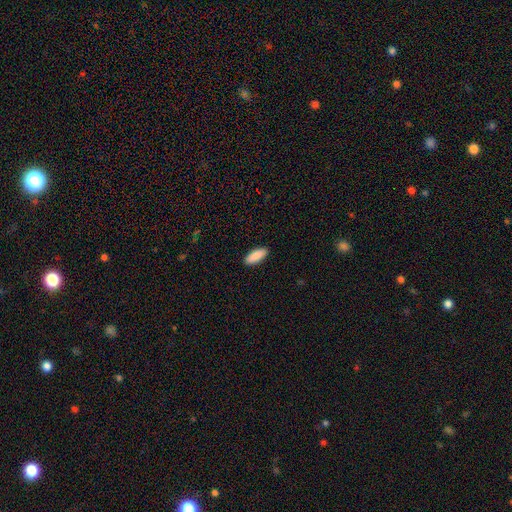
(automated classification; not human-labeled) The model was most divided on "how rounded": in between: 74%, cigar-shaped: 24%, round: 2%. More confident: merging — none (91%); smooth or featured — smooth (89%).